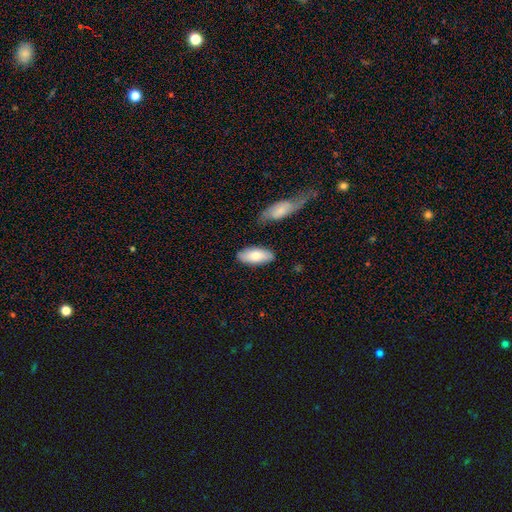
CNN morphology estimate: The model was most divided on "smooth or featured": smooth: 75%, featured or disk: 19%, star or artifact: 6%. More confident: how rounded — in between (89%); merging — none (75%).